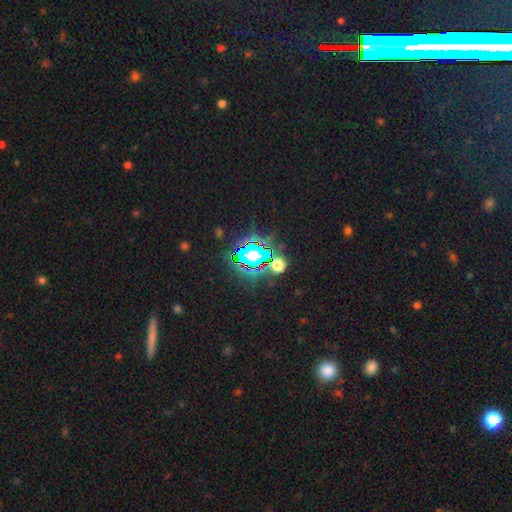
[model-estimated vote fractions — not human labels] Overall: star or artifact (79%).